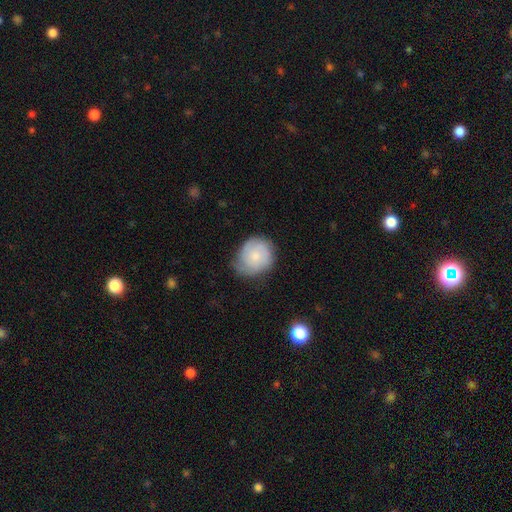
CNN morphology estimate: The model was most divided on "merging": none: 57%, minor disturbance: 33%, major disturbance: 8%, merger: 2%. More confident: how rounded — round (75%); smooth or featured — smooth (60%).